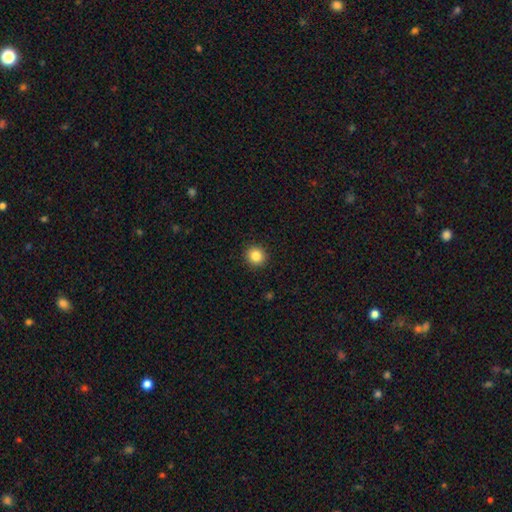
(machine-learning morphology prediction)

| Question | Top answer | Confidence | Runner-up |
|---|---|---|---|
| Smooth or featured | smooth | 86% | star or artifact (10%) |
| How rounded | round | 91% | in between (8%) |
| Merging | none | 92% | minor disturbance (5%) |